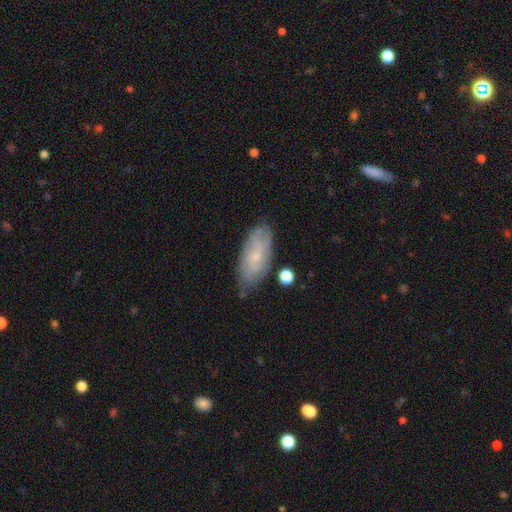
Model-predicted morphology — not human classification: A featured or disk galaxy (53%).

Vote fractions:
- Smooth or featured? featured or disk: 53% / smooth: 39% / star or artifact: 8%
- Edge-on disk? no: 89% / yes: 11%
- Merging? none: 70% / minor disturbance: 22% / major disturbance: 5% / merger: 3%